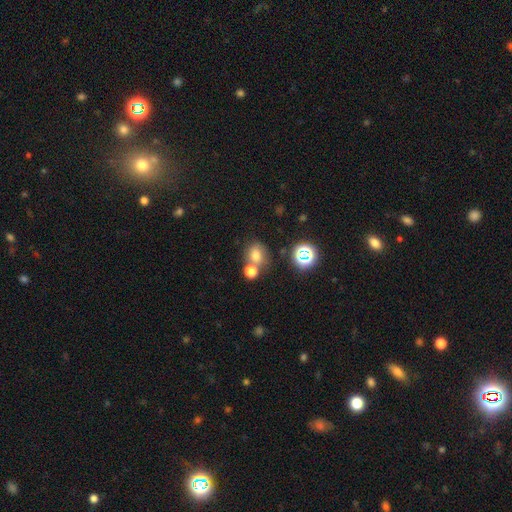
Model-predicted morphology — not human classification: A smooth galaxy with no disk features (70%) that is round (65%). Merging: none (55%).